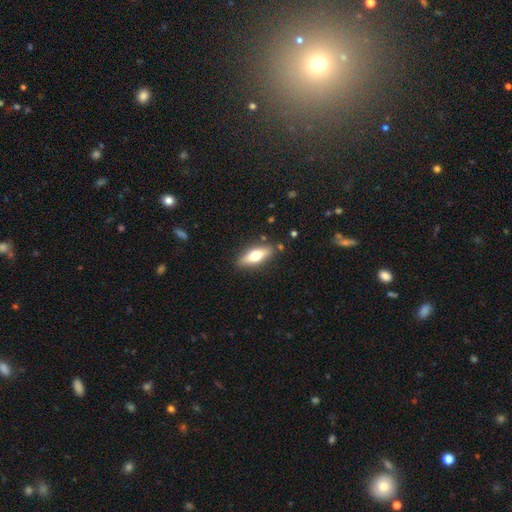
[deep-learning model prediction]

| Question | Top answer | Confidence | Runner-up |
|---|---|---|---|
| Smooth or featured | smooth | 60% | featured or disk (33%) |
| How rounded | in between | 62% | cigar-shaped (35%) |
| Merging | none | 85% | minor disturbance (10%) |